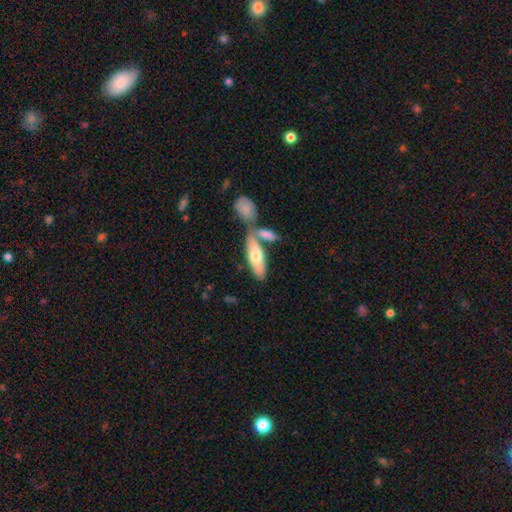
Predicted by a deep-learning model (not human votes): Smooth or featured? Predicted: smooth (p=0.66). How rounded? Predicted: in between (p=0.62). Merging? Predicted: none (p=0.46).